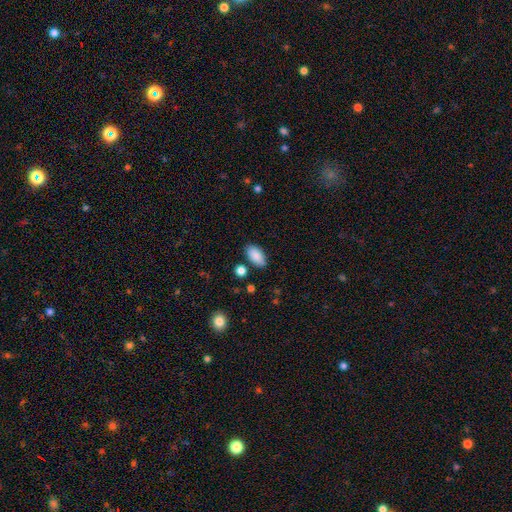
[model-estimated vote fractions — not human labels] This appears to be a smooth galaxy with no disk features (88%) that is in between round and cigar-shaped (93%). Merging: none (81%).